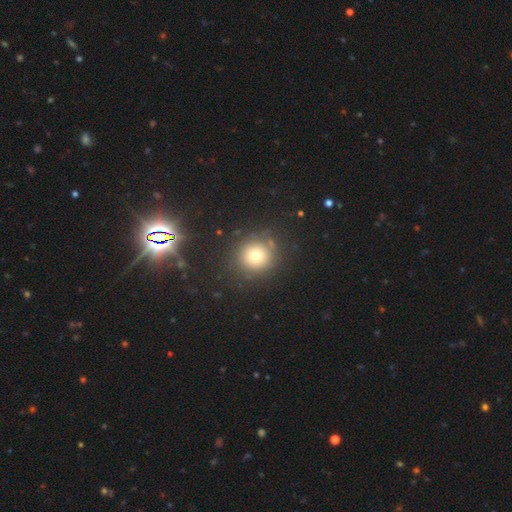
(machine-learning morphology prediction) smooth_or_featured: smooth (p=0.72) [alt: star or artifact p=0.17]
how_rounded: round (p=0.92) [alt: in between p=0.07]
merging: none (p=0.85) [alt: minor disturbance p=0.09]